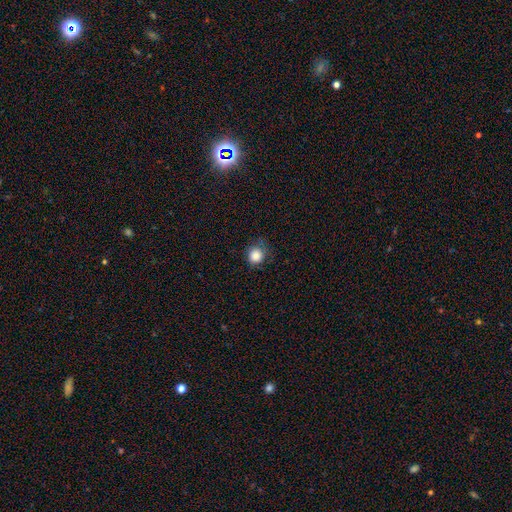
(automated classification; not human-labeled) A smooth galaxy with no disk features (85%) that is round (90%). Merging: none (73%).